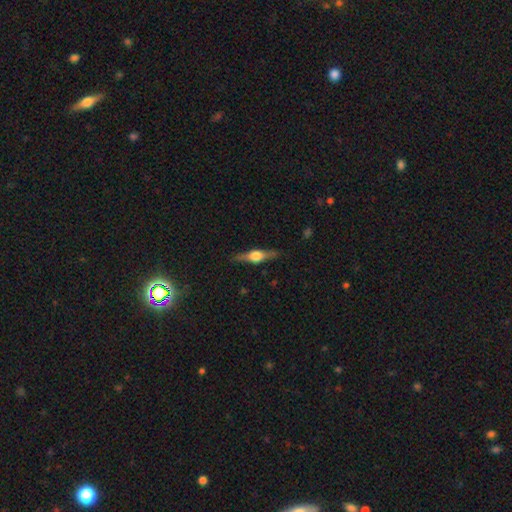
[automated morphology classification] This appears to be a featured or disk galaxy (73%) viewed edge-on (97%) with a rounded central bulge (93%). Merging: none (88%).